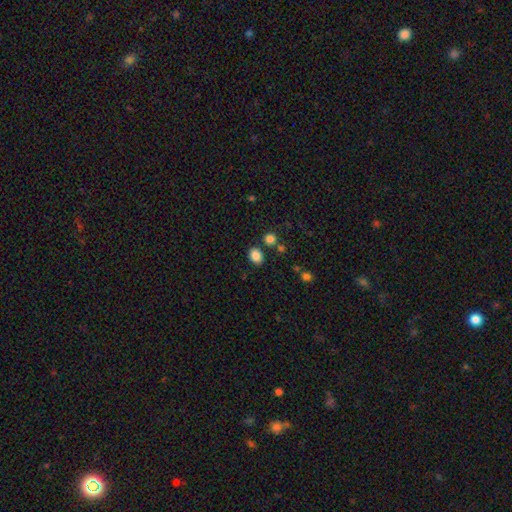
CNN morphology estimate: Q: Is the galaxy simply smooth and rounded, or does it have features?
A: smooth — 86%.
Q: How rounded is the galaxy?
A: in between — 60%.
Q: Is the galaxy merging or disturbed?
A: none — 81%.